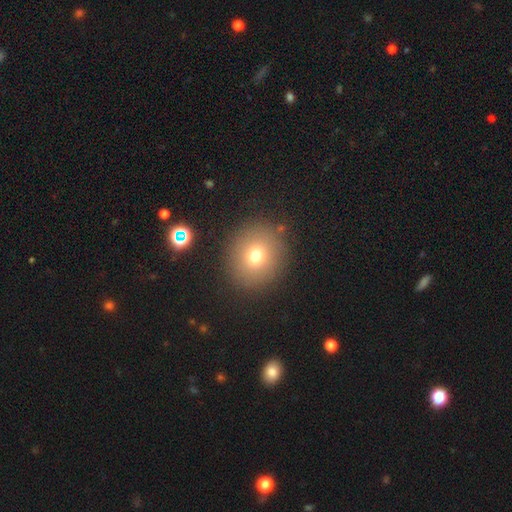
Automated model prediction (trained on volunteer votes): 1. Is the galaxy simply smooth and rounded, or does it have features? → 72% smooth, 16% star or artifact, 12% featured or disk.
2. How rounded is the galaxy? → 83% round, 16% in between, 1% cigar-shaped.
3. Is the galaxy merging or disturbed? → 87% none, 7% minor disturbance, 3% major disturbance, 2% merger.